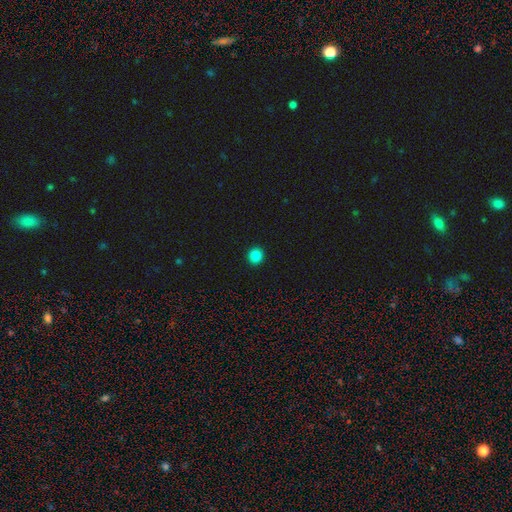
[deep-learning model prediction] Overall: smooth (84%). How rounded: round (93%). Merging: none (94%).